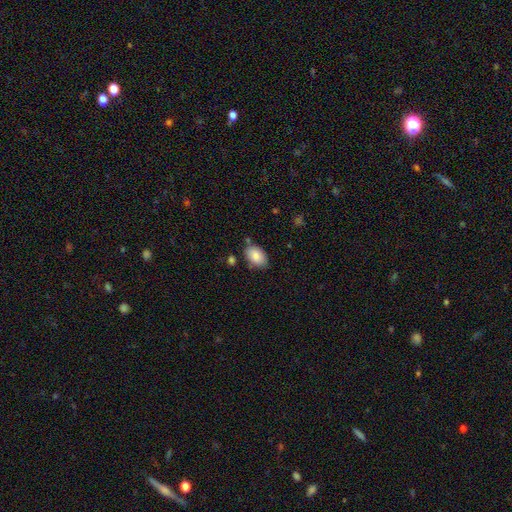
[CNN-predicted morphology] Smooth or featured: smooth — 85% (featured or disk — 8%)
How rounded: in between — 89% (round — 10%)
Merging: none — 75% (minor disturbance — 17%)